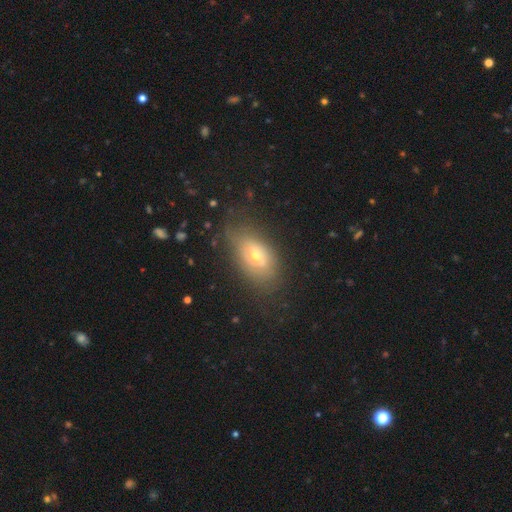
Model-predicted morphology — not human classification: type=smooth (48%); merging=none (63%).